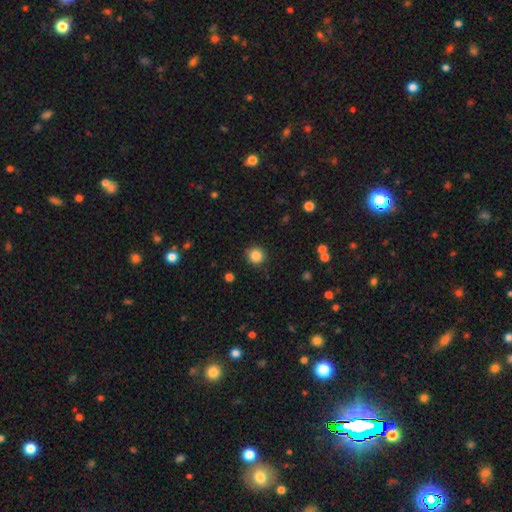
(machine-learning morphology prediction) The model was most divided on "smooth or featured": smooth: 86%, star or artifact: 11%, featured or disk: 3%. More confident: how rounded — round (94%); merging — none (90%).